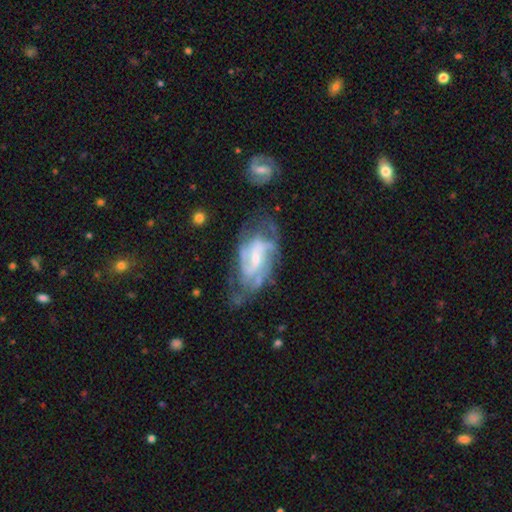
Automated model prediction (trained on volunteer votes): This is clearly a featured or disk galaxy (84%). It is clearly not viewed edge-on (95%). Bar: possibly weak (50%). Spiral arm pattern: clearly yes (92%). Spiral arm count: marginally 2 (39%). Spiral winding: marginally medium (44%). Central bulge: possibly small (60%). Merging: possibly none (54%).